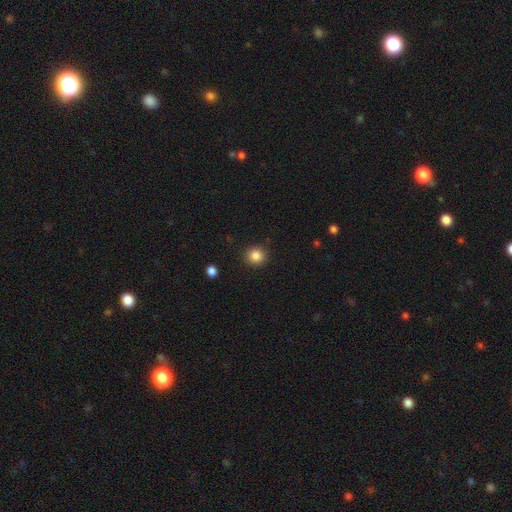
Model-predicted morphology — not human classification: A smooth galaxy with no disk features (85%) that is round (91%).

Vote fractions:
- Smooth or featured? smooth: 85% / star or artifact: 11% / featured or disk: 4%
- How rounded? round: 91% / in between: 8% / cigar-shaped: 1%
- Merging? none: 90% / minor disturbance: 6% / major disturbance: 2% / merger: 1%